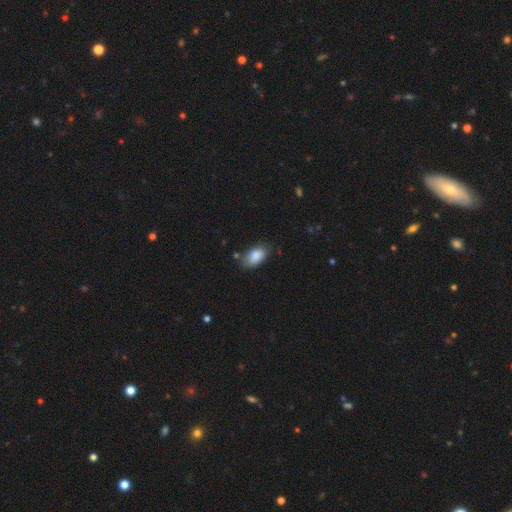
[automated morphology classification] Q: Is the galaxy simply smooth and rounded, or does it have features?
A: smooth — 86%.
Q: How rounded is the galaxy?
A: in between — 93%.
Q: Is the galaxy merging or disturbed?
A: none — 70%.